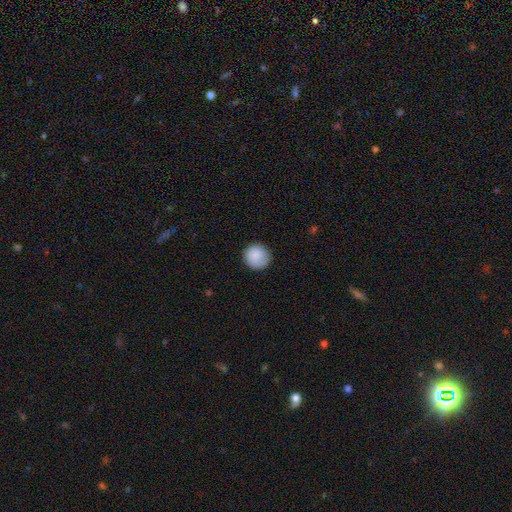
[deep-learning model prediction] This appears to be a smooth galaxy with no disk features (88%) that is round (94%). Merging: none (87%).